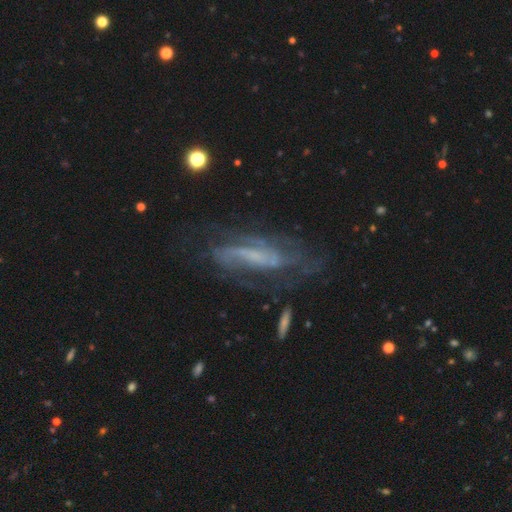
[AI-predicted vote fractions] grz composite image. It shows a featured or disk galaxy (72%) with no bar (41%), spiral arms (74%) and no central bulge (49%). Merging: none (50%).